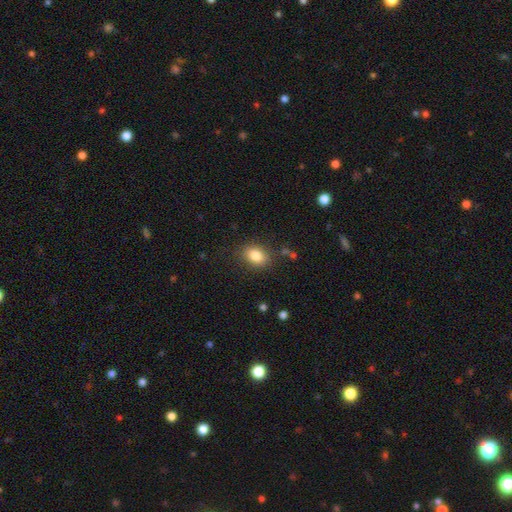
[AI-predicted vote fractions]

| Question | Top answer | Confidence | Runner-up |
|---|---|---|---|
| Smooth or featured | smooth | 84% | star or artifact (9%) |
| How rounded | in between | 69% | round (30%) |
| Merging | none | 83% | minor disturbance (12%) |